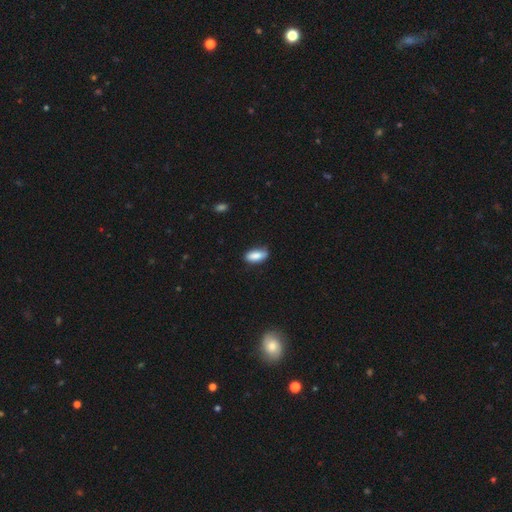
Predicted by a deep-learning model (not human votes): Smooth or featured? smooth (86%)
How rounded? in between (82%)
Merging? none (80%)